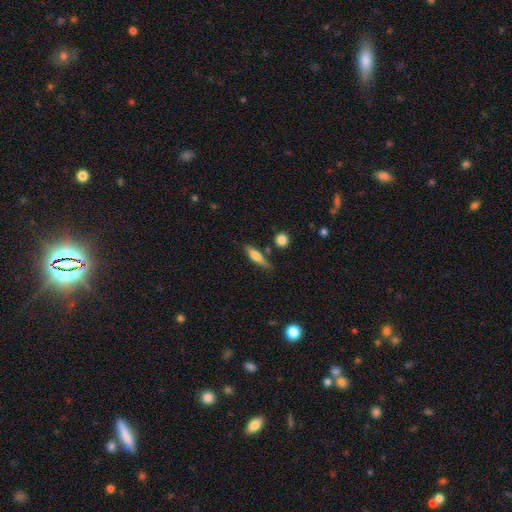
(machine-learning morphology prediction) smooth-or-featured: smooth: 63% | featured or disk: 30% | star or artifact: 7%
  how-rounded: cigar-shaped: 66% | in between: 30% | round: 3%
  merging: none: 68% | minor disturbance: 20% | merger: 7% | major disturbance: 5%